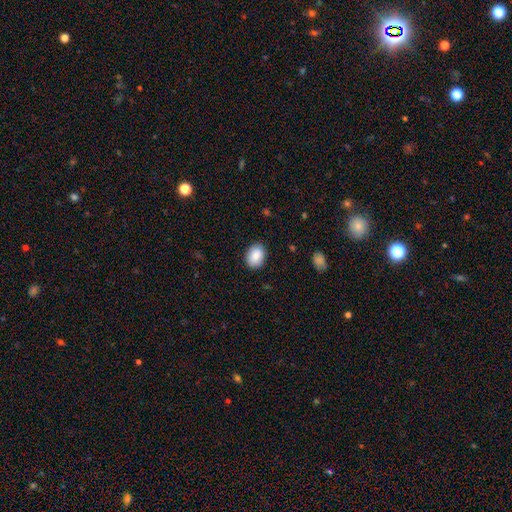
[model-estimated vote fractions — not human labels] This is clearly a smooth galaxy (88%). How rounded: likely in between (71%). Merging: clearly none (87%).